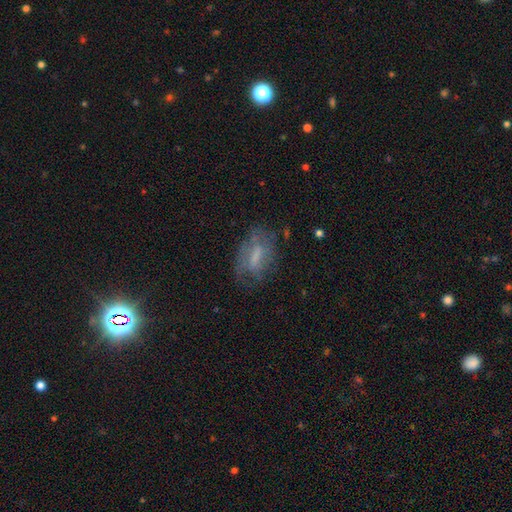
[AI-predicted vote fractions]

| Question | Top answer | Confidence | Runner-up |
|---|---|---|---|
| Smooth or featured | featured or disk | 47% | smooth (42%) |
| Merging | none | 58% | minor disturbance (23%) |